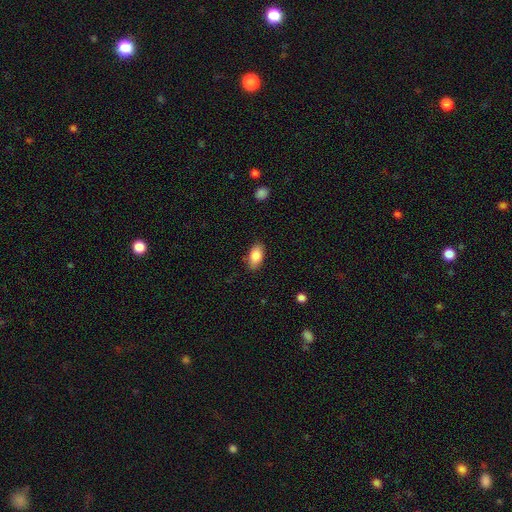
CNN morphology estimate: This is clearly a smooth galaxy (84%). How rounded: clearly in between (91%). Merging: clearly none (85%).